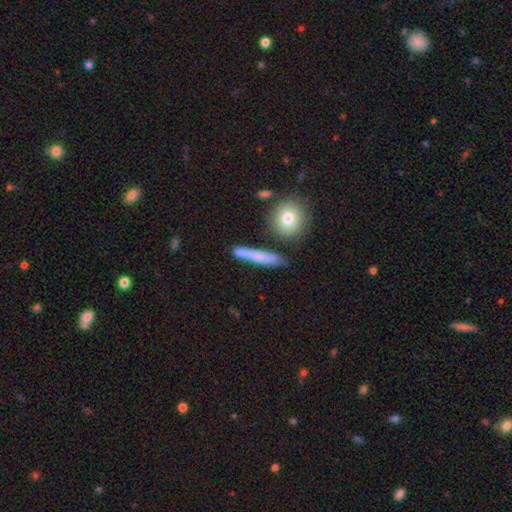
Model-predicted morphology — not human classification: smooth_or_featured: smooth (p=0.66) [alt: featured or disk p=0.26]
how_rounded: cigar-shaped (p=0.87) [alt: in between p=0.08]
merging: none (p=0.79) [alt: minor disturbance p=0.13]